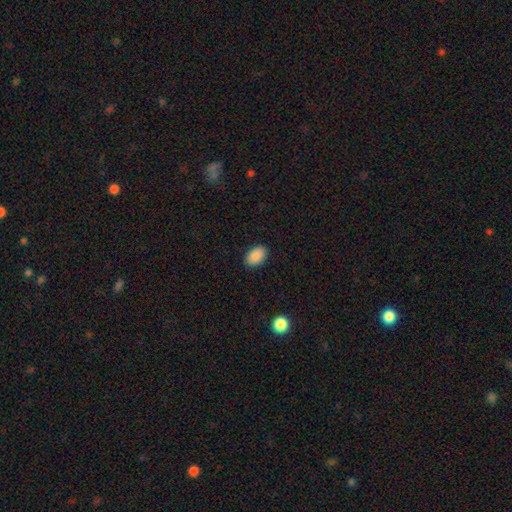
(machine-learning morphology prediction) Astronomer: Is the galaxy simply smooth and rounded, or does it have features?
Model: smooth — 90%.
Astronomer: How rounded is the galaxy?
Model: in between — 92%.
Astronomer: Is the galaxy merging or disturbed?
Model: none — 90%.